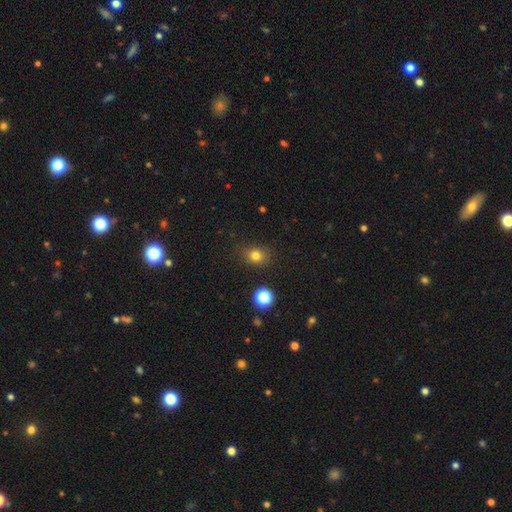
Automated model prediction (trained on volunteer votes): Q: Smooth or featured?
A: smooth (79%); runner-up: star or artifact (15%)
Q: How rounded?
A: round (64%); runner-up: in between (35%)
Q: Merging?
A: none (84%); runner-up: minor disturbance (11%)